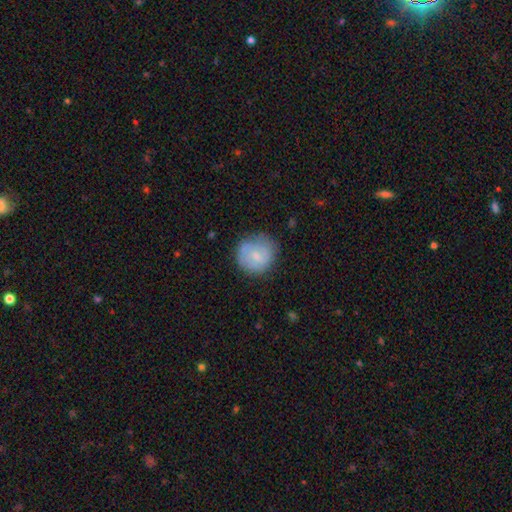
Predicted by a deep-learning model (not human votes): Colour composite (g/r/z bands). It shows a smooth galaxy with no disk features (60%) that is round (87%). Merging: none (69%).